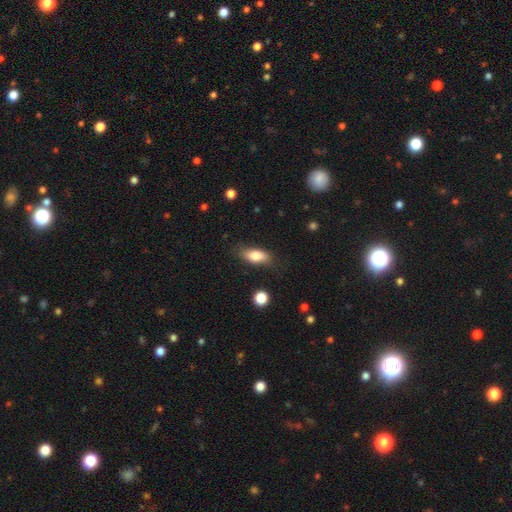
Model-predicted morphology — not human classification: type=smooth (80%); roundness=in between (82%); merging=none (74%).